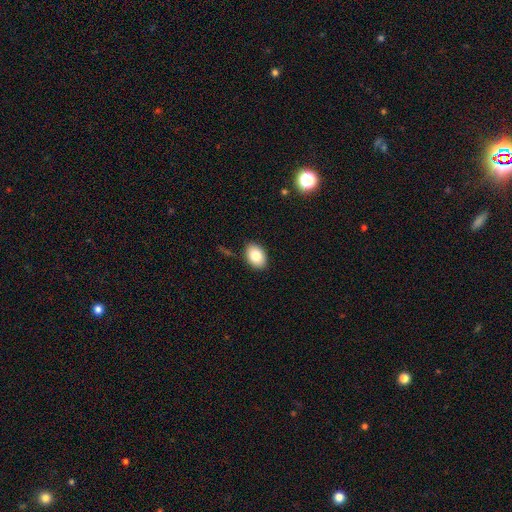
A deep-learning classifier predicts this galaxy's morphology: A smooth galaxy with no disk features (83%) that is in between round and cigar-shaped (85%). Merging: none (87%).